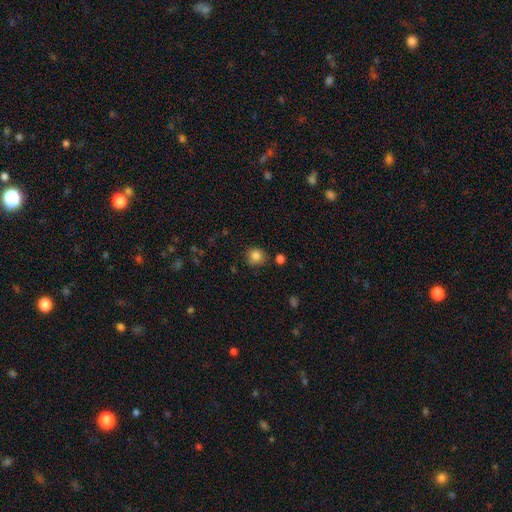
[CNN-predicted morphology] type=smooth (84%); roundness=round (87%); merging=none (78%).